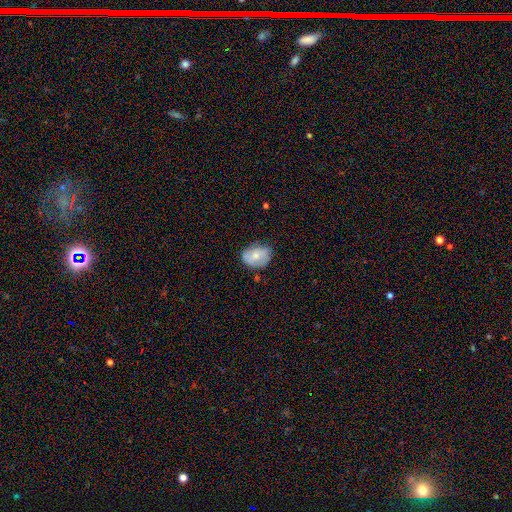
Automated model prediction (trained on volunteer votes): Q: Smooth or featured?
A: smooth (68%); runner-up: featured or disk (25%)
Q: How rounded?
A: in between (66%); runner-up: round (33%)
Q: Merging?
A: none (56%); runner-up: minor disturbance (34%)